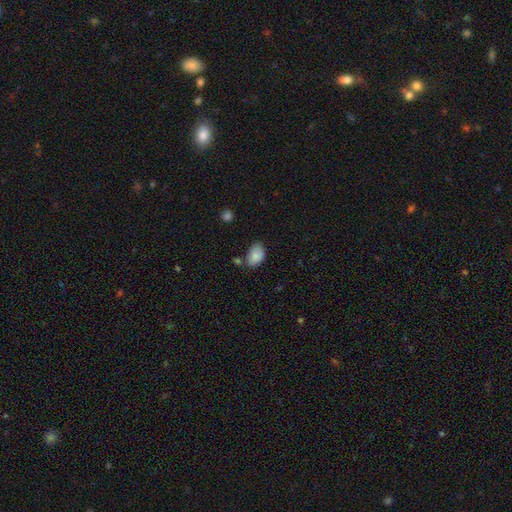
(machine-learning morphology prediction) smooth-or-featured: smooth: 84% | featured or disk: 9% | star or artifact: 8%
  how-rounded: in between: 87% | round: 12% | cigar-shaped: 1%
  merging: none: 56% | minor disturbance: 29% | merger: 9% | major disturbance: 6%